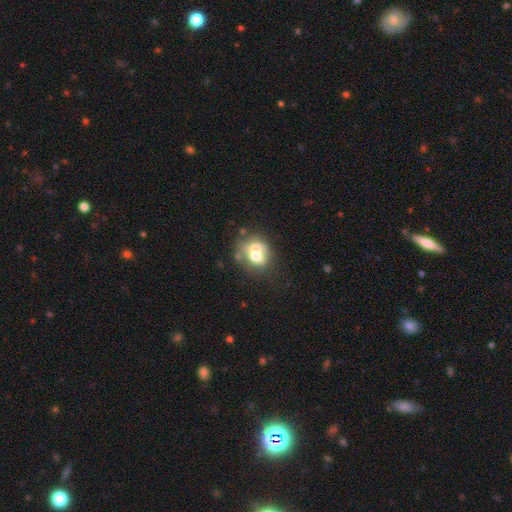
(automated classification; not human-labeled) A smooth galaxy with no disk features (59%) that is round (59%).

Vote fractions:
- Smooth or featured? smooth: 59% / featured or disk: 31% / star or artifact: 10%
- How rounded? round: 59% / in between: 40% / cigar-shaped: 1%
- Merging? merger: 53% / none: 28% / minor disturbance: 11% / major disturbance: 7%